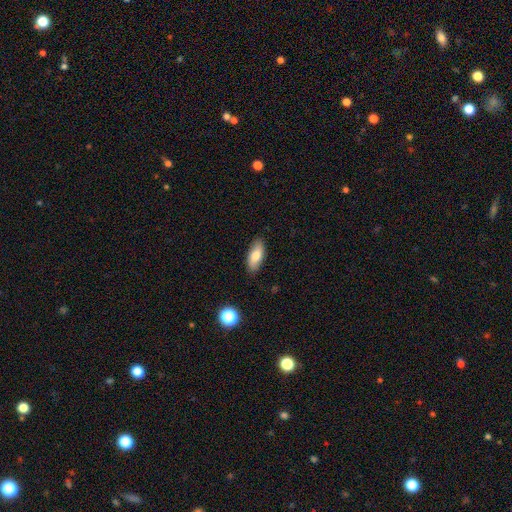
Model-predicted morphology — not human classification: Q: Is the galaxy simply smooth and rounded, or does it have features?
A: smooth — 77%.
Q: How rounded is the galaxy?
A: in between — 81%.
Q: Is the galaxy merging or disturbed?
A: none — 86%.